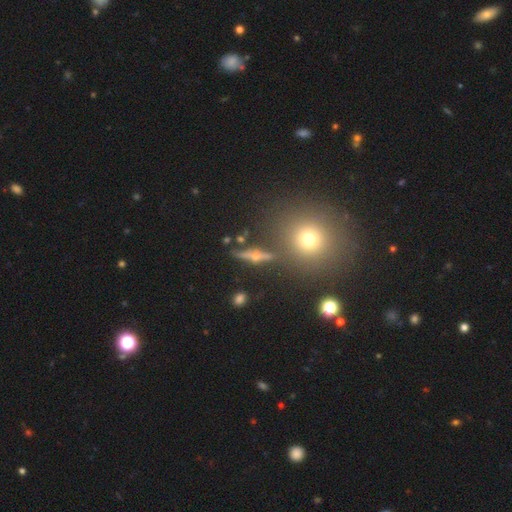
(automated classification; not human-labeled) Smooth or featured? featured or disk (65%)
Edge-on disk? yes (88%)
Edge-on bulge? rounded (94%)
Merging? none (80%)